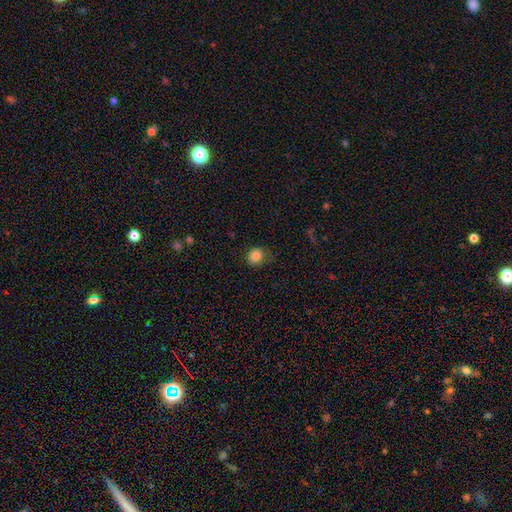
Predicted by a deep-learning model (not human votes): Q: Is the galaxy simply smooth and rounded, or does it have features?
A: smooth — 84%.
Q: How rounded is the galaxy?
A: round — 81%.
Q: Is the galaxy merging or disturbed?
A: none — 75%.